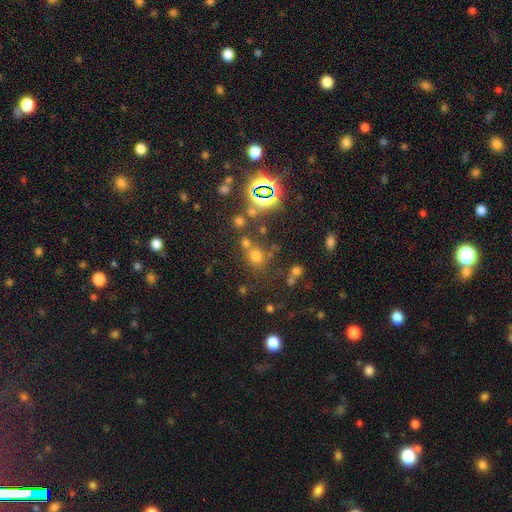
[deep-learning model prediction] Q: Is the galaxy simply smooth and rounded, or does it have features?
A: smooth — 57%.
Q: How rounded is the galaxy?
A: round — 81%.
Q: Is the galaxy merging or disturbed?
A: none — 61%.